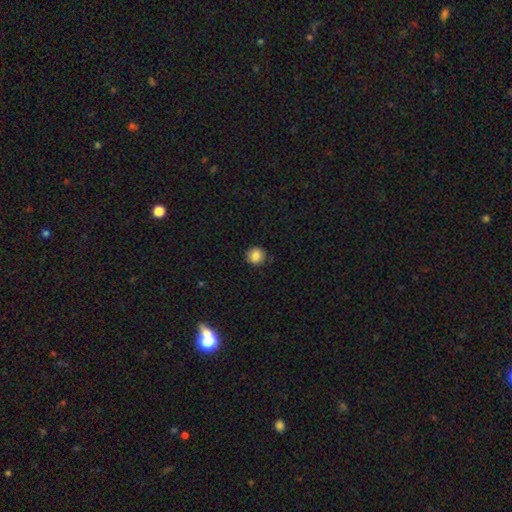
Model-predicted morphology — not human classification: This is clearly a smooth galaxy (84%). How rounded: clearly round (91%). Merging: clearly none (85%).